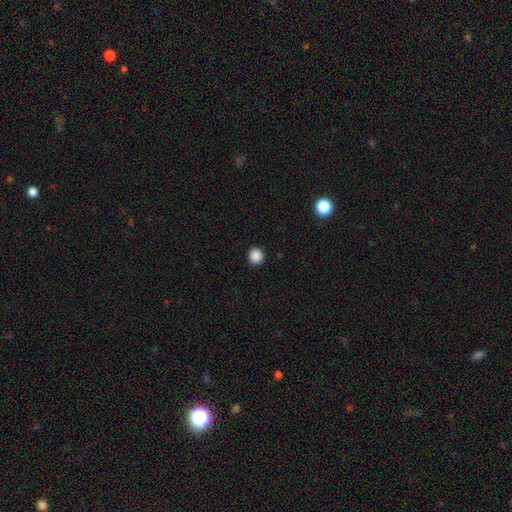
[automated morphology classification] type=smooth (88%); roundness=round (93%); merging=none (92%).